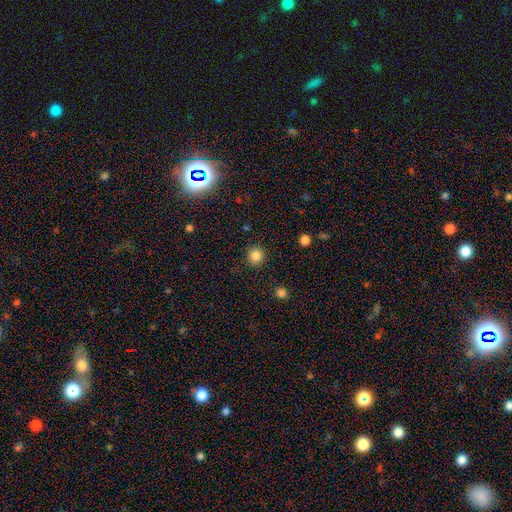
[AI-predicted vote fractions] Smooth or featured? smooth (85%)
How rounded? round (94%)
Merging? none (91%)